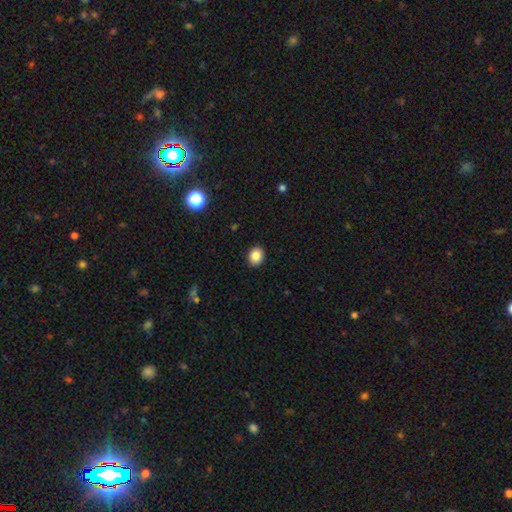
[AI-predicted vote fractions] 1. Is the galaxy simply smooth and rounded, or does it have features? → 85% smooth, 10% star or artifact, 5% featured or disk.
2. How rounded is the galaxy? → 59% round, 40% in between, 1% cigar-shaped.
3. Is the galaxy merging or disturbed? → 91% none, 6% minor disturbance, 2% major disturbance, 1% merger.